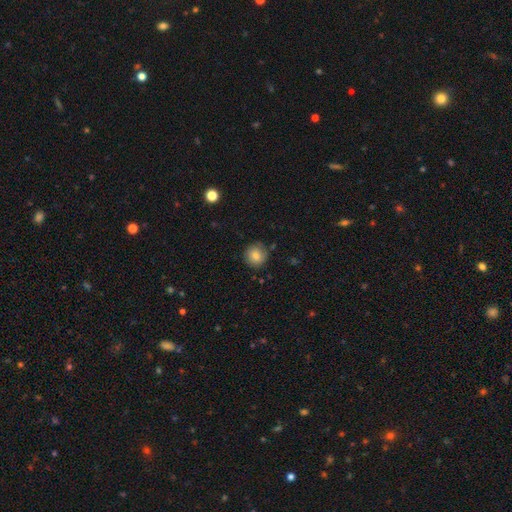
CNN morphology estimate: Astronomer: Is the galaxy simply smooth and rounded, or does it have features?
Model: smooth — 79%.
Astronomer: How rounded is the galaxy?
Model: round — 92%.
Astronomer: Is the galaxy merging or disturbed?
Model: none — 83%.